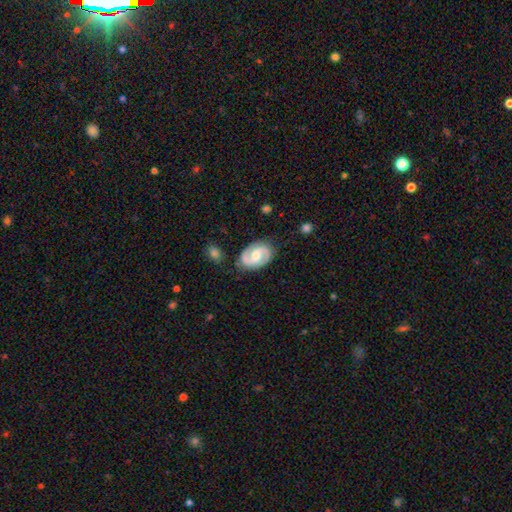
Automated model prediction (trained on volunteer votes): Smooth or featured?
  - featured or disk: 86% *
  - smooth: 10%
  - star or artifact: 4%
Edge-on disk?
  - no: 98% *
  - yes: 2%
Bar?
  - weak: 45% *
  - no: 41%
  - strong: 13%
Spiral arms?
  - yes: 97% *
  - no: 3%
Spiral winding?
  - medium: 53% *
  - tight: 31%
  - loose: 16%
Spiral arm count?
  - 2: 93% *
  - can't tell: 3%
  - 1: 1%
  - 3: 1%
  - 4: 1%
  - more than 4: 1%
Bulge size?
  - moderate: 63% *
  - small: 24%
  - large: 8%
  - none: 4%
  - dominant: 1%
Merging?
  - none: 82% *
  - minor disturbance: 13%
  - major disturbance: 3%
  - merger: 2%